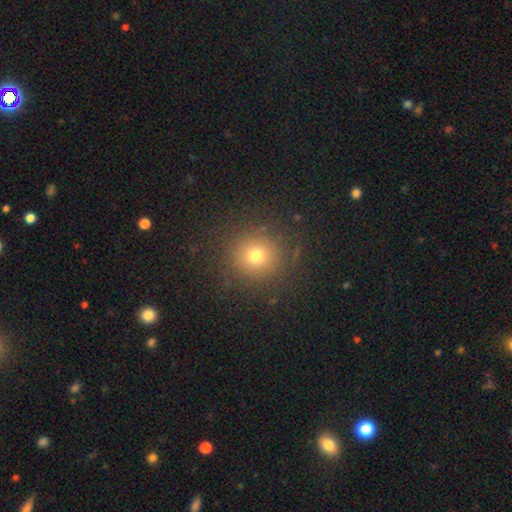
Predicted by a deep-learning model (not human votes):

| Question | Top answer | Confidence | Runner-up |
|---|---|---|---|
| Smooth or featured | smooth | 71% | star or artifact (19%) |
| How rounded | round | 93% | in between (6%) |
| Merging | none | 86% | minor disturbance (8%) |